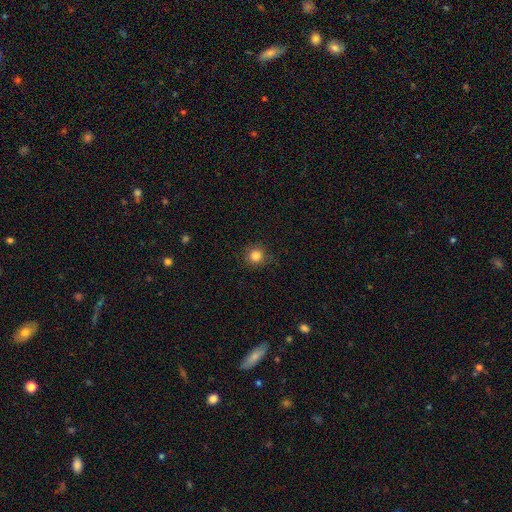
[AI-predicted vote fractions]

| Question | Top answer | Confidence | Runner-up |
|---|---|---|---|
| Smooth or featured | smooth | 84% | star or artifact (12%) |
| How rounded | round | 94% | in between (5%) |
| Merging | none | 88% | minor disturbance (9%) |